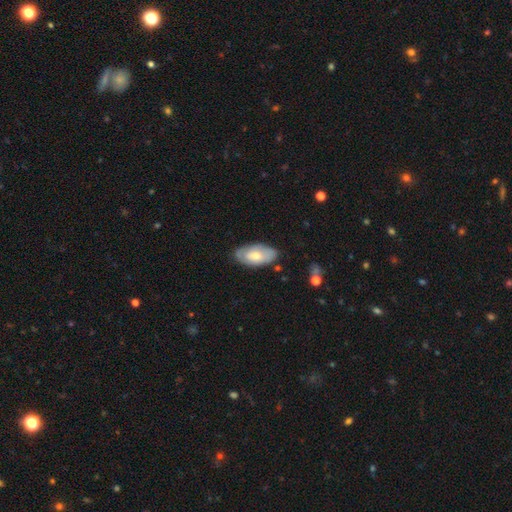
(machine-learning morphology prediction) smooth 51%, featured or disk 43%, star or artifact 6%. Down the decision tree: how rounded — in between (93%); merging — none (73%).